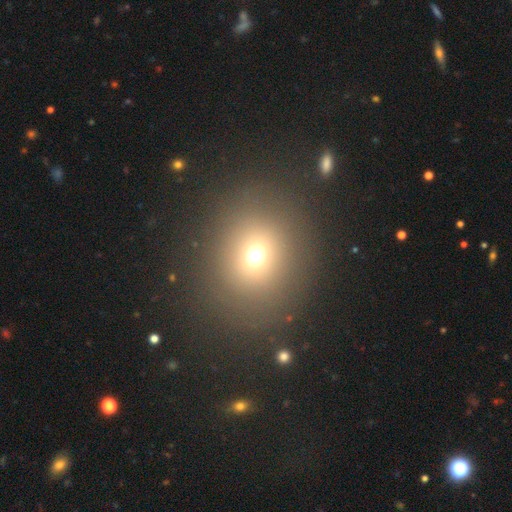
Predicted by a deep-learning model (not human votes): smooth-or-featured: smooth: 67% | star or artifact: 22% | featured or disk: 11%
  how-rounded: round: 77% | in between: 22% | cigar-shaped: 1%
  merging: none: 82% | minor disturbance: 9% | major disturbance: 6% | merger: 3%